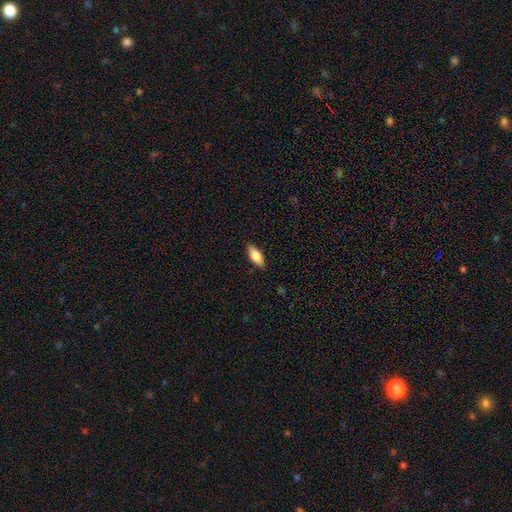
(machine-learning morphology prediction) smooth_or_featured: smooth (p=0.67) [alt: featured or disk p=0.26]
how_rounded: in between (p=0.77) [alt: cigar-shaped p=0.20]
merging: none (p=0.88) [alt: minor disturbance p=0.09]